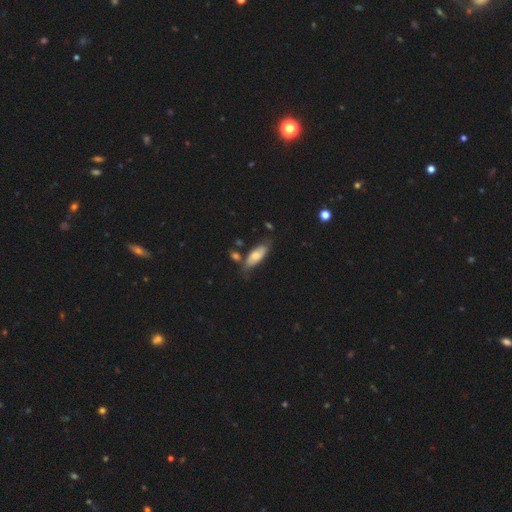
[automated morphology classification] type=smooth (66%); roundness=in between (73%); merging=none (66%).